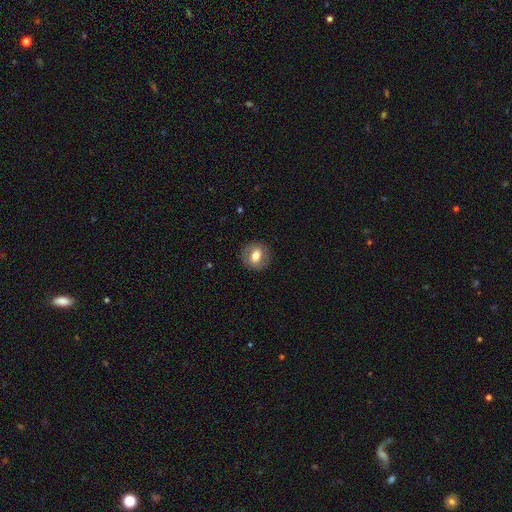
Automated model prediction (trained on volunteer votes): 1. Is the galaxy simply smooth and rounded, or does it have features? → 63% smooth, 29% featured or disk, 8% star or artifact.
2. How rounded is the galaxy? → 66% round, 33% in between, 1% cigar-shaped.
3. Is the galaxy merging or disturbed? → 84% none, 11% minor disturbance, 4% major disturbance, 1% merger.